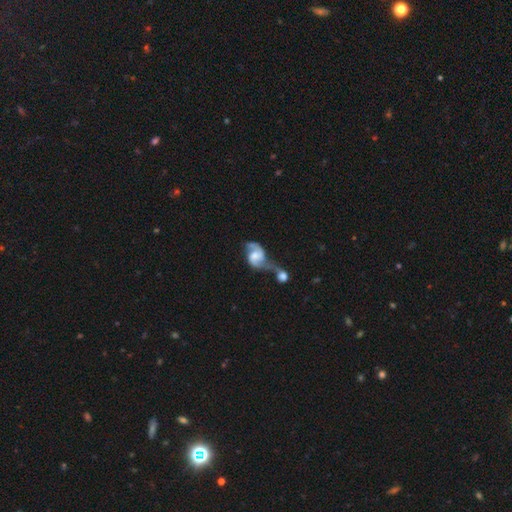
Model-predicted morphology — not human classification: Q: Smooth or featured?
A: featured or disk (77%); runner-up: smooth (17%)
Q: Edge-on disk?
A: no (97%); runner-up: yes (3%)
Q: Bar?
A: no (50%); runner-up: weak (40%)
Q: Spiral arms?
A: yes (92%); runner-up: no (8%)
Q: Spiral winding?
A: loose (53%); runner-up: medium (35%)
Q: Spiral arm count?
A: 2 (87%); runner-up: 1 (5%)
Q: Bulge size?
A: moderate (41%); runner-up: small (26%)
Q: Merging?
A: merger (62%); runner-up: none (15%)